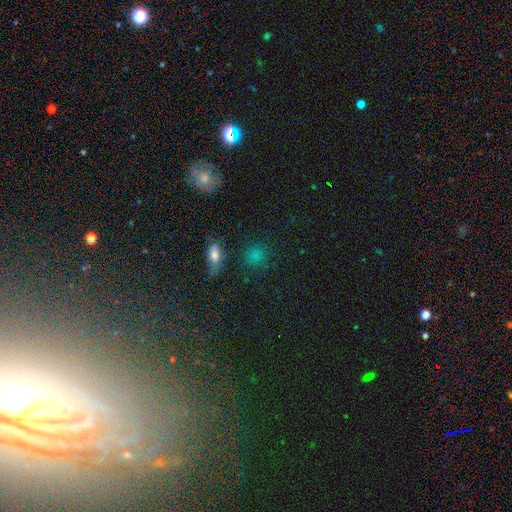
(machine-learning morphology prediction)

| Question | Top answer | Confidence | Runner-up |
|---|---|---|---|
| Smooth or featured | smooth | 74% | star or artifact (20%) |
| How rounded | round | 82% | in between (16%) |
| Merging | none | 81% | minor disturbance (11%) |